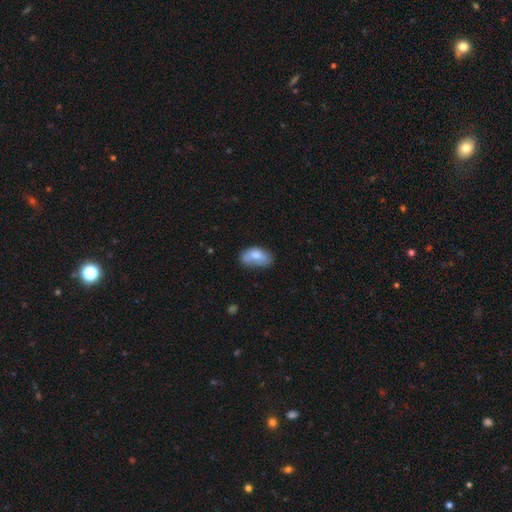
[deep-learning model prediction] This appears to be a smooth galaxy with no disk features (71%) that is in between round and cigar-shaped (92%). Merging: none (50%).